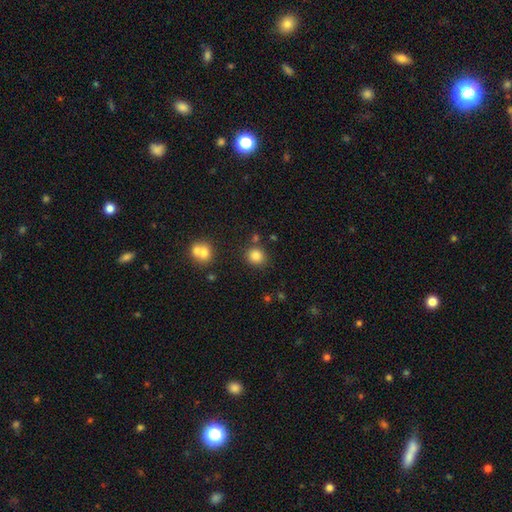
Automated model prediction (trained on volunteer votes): A smooth galaxy with no disk features (82%) that is round (83%). Merging: none (79%).